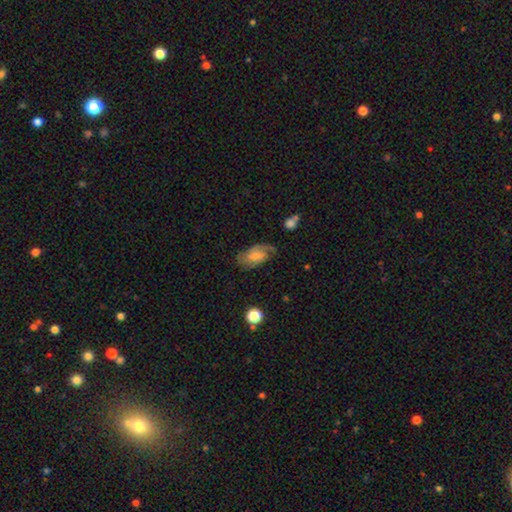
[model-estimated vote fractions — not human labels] A featured or disk galaxy (60%) with no bar (48%), 2 (56%) medium (44%) spiral arms (89%) and no central bulge (33%).

Vote fractions:
- Smooth or featured? featured or disk: 60% / smooth: 32% / star or artifact: 8%
- Edge-on disk? no: 96% / yes: 4%
- Bar? no: 48% / weak: 41% / strong: 10%
- Spiral arms? yes: 89% / no: 11%
- Spiral winding? medium: 44% / tight: 33% / loose: 22%
- Spiral arm count? 2: 56% / 1: 22% / can't tell: 15% / 3: 4% / 4: 1% / more than 4: 1%
- Bulge size? none: 33% / small: 29% / moderate: 25% / large: 11% / dominant: 2%
- Merging? none: 60% / minor disturbance: 23% / major disturbance: 14% / merger: 2%